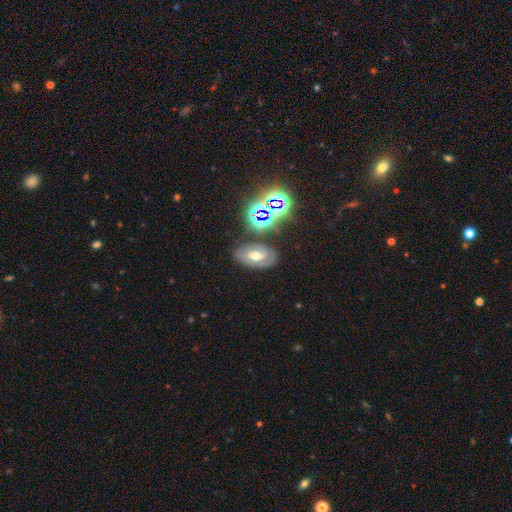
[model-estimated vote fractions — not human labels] This is possibly a featured or disk galaxy (59%). It is clearly not viewed edge-on (94%). Bar: marginally no (40%). Spiral arm pattern: likely yes (71%). Central bulge: likely moderate (73%). Merging: likely none (75%).